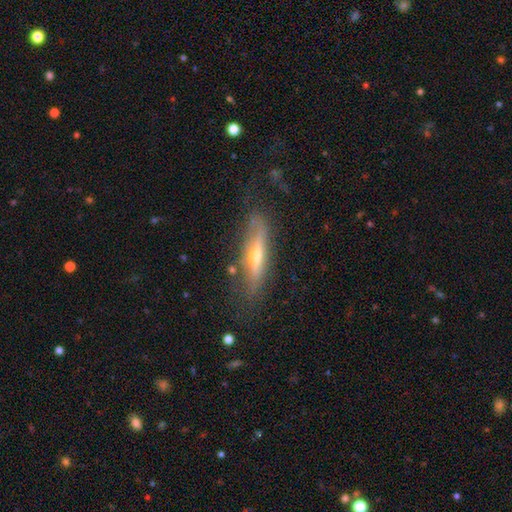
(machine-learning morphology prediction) A featured or disk galaxy (65%) viewed edge-on (81%) with a rounded central bulge (86%).

Vote fractions:
- Smooth or featured? featured or disk: 65% / smooth: 28% / star or artifact: 7%
- Edge-on disk? yes: 81% / no: 19%
- Edge-on bulge? rounded: 86% / none: 10% / boxy: 4%
- Merging? none: 70% / minor disturbance: 20% / major disturbance: 7% / merger: 3%